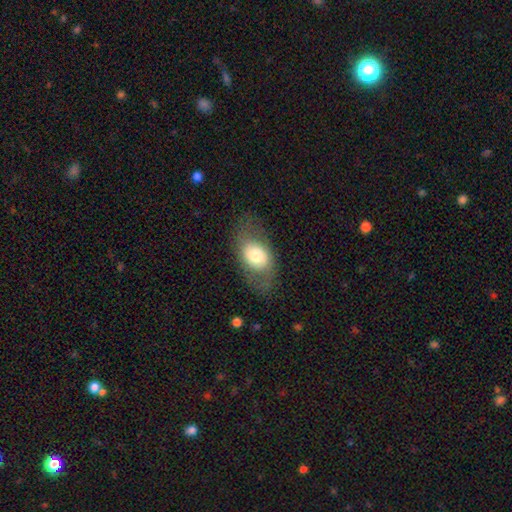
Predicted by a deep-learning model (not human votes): The model was most divided on "smooth or featured": smooth: 63%, featured or disk: 30%, star or artifact: 7%. More confident: how rounded — in between (80%); merging — none (69%).